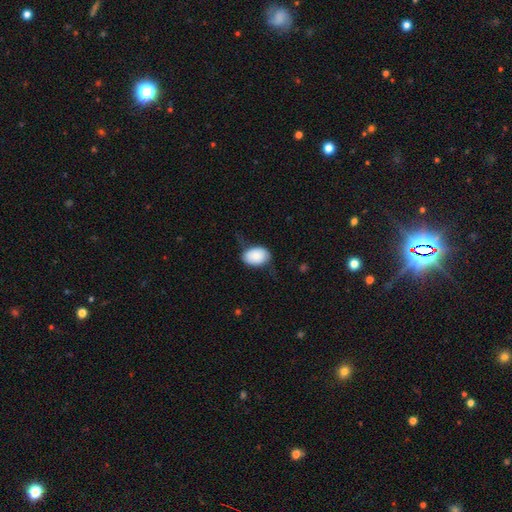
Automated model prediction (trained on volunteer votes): Smooth or featured: smooth — 83% (featured or disk — 11%)
How rounded: in between — 85% (round — 14%)
Merging: none — 57% (minor disturbance — 29%)